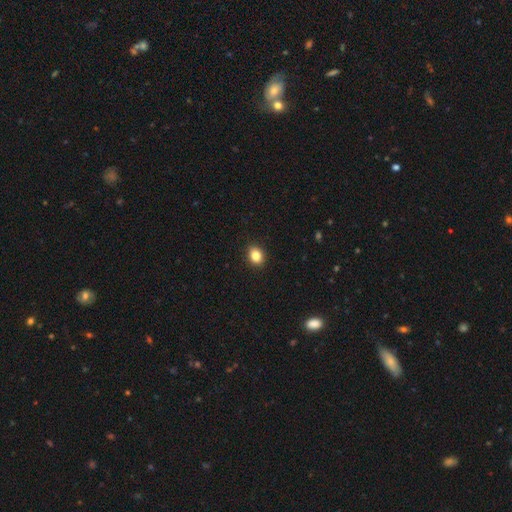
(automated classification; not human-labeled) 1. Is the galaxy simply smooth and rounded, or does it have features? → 85% smooth, 10% star or artifact, 5% featured or disk.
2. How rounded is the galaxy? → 55% in between, 44% round, 1% cigar-shaped.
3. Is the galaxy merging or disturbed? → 90% none, 7% minor disturbance, 2% major disturbance, 1% merger.